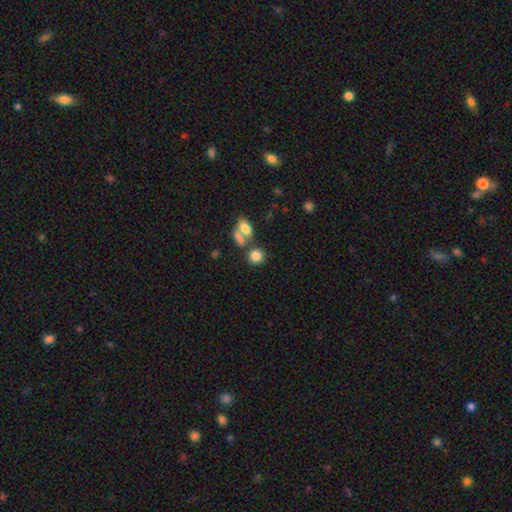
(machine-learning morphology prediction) This appears to be a smooth galaxy with no disk features (82%) that is round (77%). Merging: none (59%).